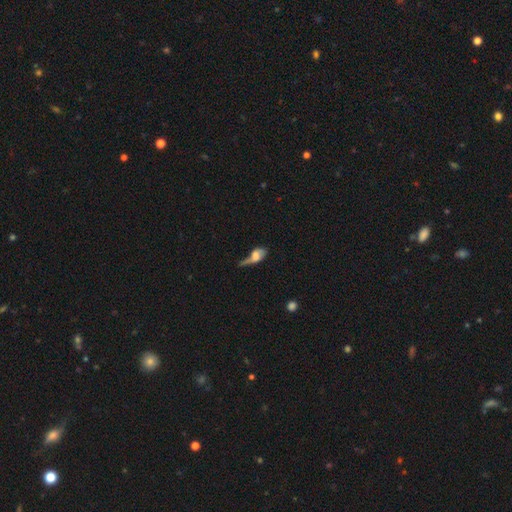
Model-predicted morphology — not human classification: Q: Smooth or featured?
A: smooth (55%); runner-up: featured or disk (35%)
Q: How rounded?
A: in between (78%); runner-up: round (11%)
Q: Merging?
A: major disturbance (40%); runner-up: minor disturbance (22%)